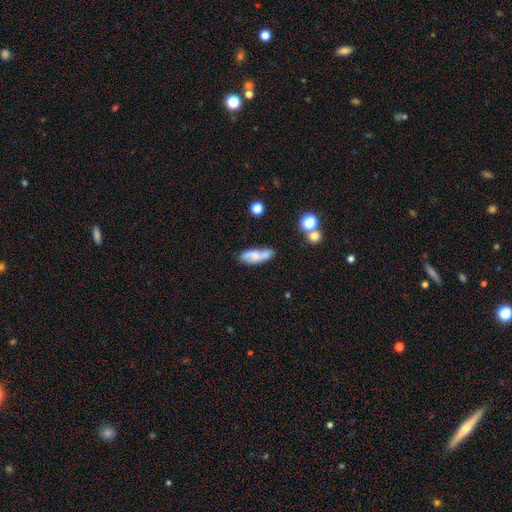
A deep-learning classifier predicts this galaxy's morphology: Smooth or featured: smooth — 55% (featured or disk — 36%)
How rounded: in between — 70% (cigar-shaped — 26%)
Merging: none — 52% (minor disturbance — 22%)